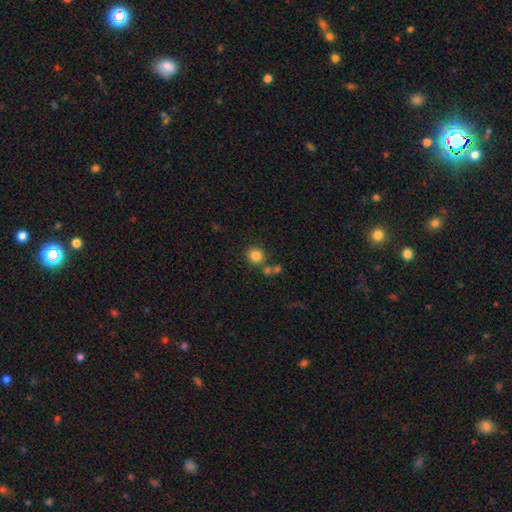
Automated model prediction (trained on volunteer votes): This appears to be a smooth galaxy with no disk features (83%) that is round (90%). Merging: none (73%).